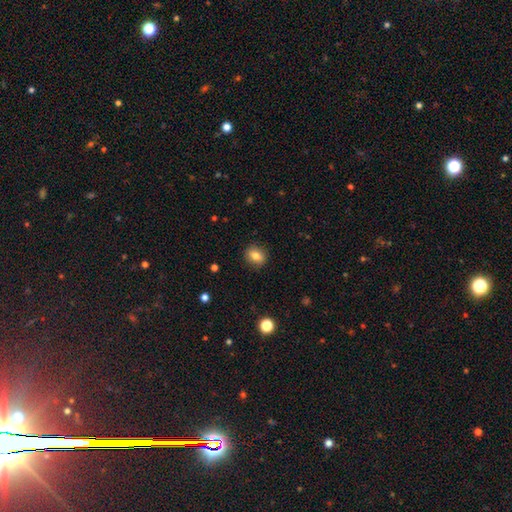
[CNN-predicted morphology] A smooth galaxy with no disk features (78%) that is round (62%). Merging: none (88%).